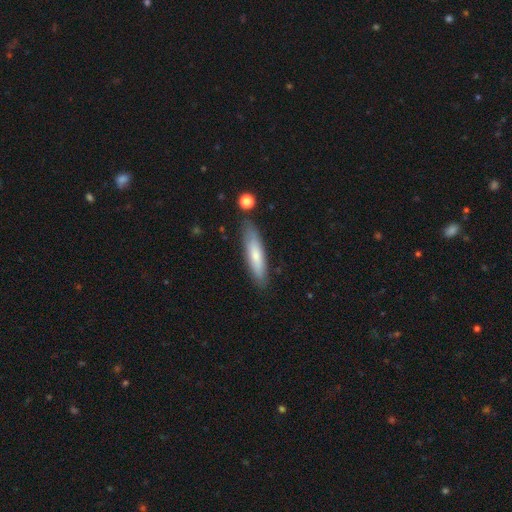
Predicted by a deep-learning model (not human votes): Q: Smooth or featured?
A: smooth (68%); runner-up: featured or disk (27%)
Q: How rounded?
A: cigar-shaped (78%); runner-up: in between (20%)
Q: Merging?
A: none (81%); runner-up: minor disturbance (13%)